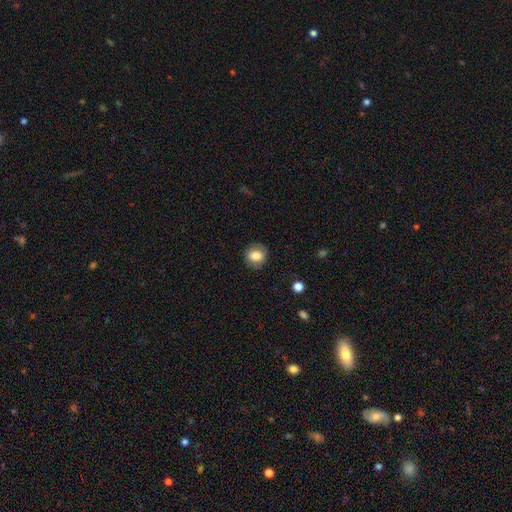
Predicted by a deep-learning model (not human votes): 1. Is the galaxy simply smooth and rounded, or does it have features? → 78% smooth, 13% featured or disk, 8% star or artifact.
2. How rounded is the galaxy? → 69% round, 30% in between, 1% cigar-shaped.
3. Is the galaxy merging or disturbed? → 83% none, 12% minor disturbance, 4% major disturbance, 1% merger.